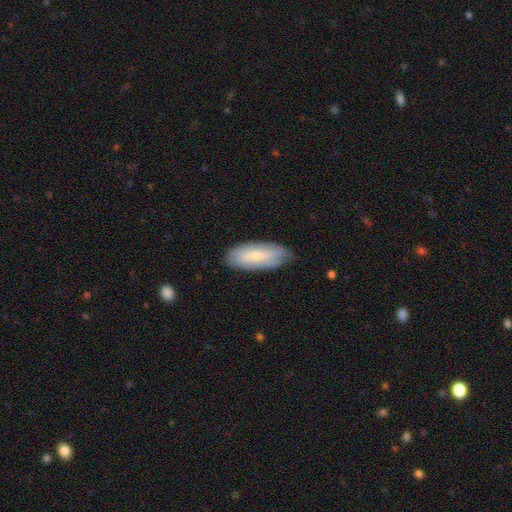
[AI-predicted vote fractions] Smooth or featured?
  - smooth: 62% *
  - featured or disk: 32%
  - star or artifact: 6%
How rounded?
  - in between: 76% *
  - cigar-shaped: 22%
  - round: 2%
Merging?
  - none: 80% *
  - minor disturbance: 16%
  - major disturbance: 3%
  - merger: 1%